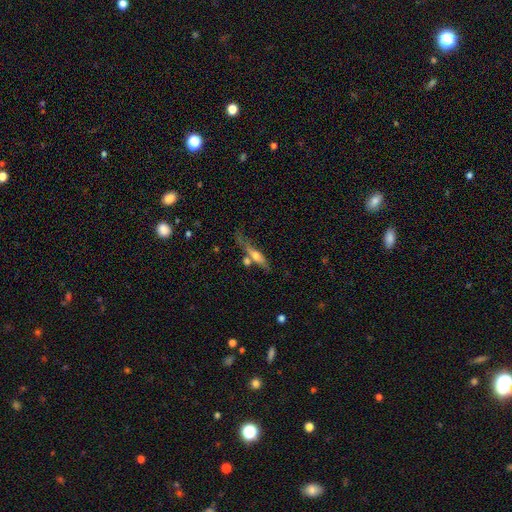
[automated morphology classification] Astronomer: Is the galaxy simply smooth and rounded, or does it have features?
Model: featured or disk — 47% (runner-up: smooth, 46%).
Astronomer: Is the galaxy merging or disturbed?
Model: none — 48%.